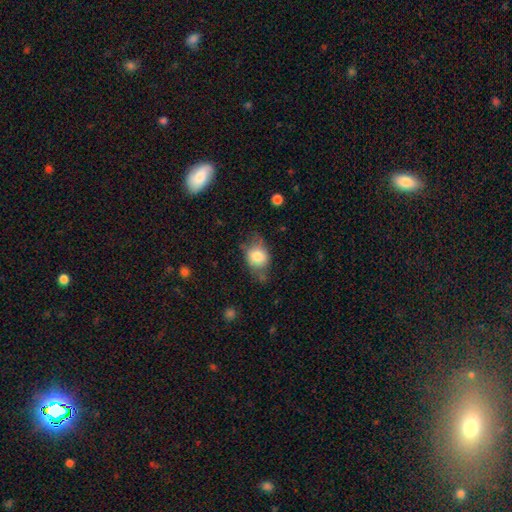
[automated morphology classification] This is likely a smooth galaxy (73%). How rounded: likely in between (62%). Merging: possibly none (51%).